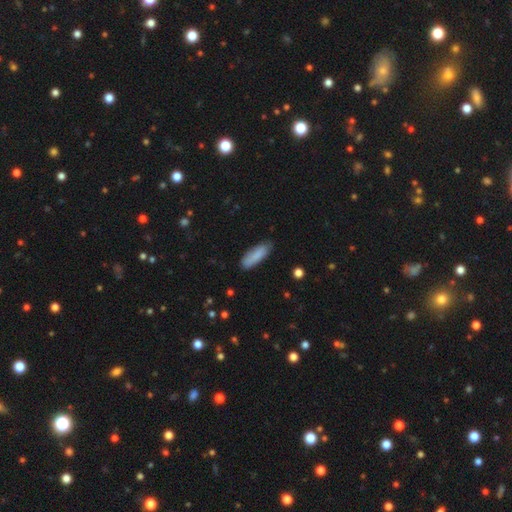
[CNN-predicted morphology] Overall: smooth (84%). How rounded: in between (52%; cigar-shaped 46%). Merging: none (77%).